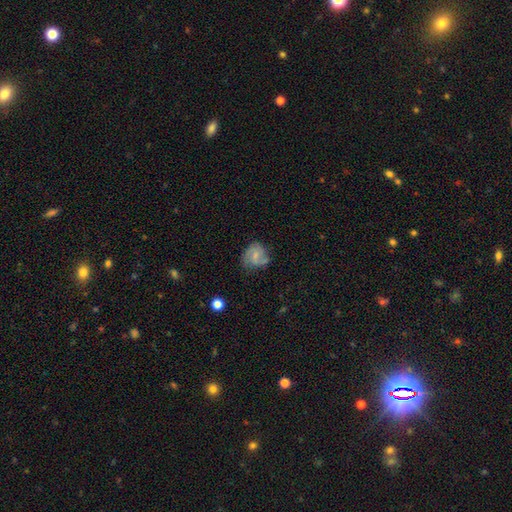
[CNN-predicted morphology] The model was most divided on "bar": no: 54%, weak: 39%, strong: 7%. More confident: edge-on disk — no (98%); spiral arms — yes (85%); bulge size — small (60%); merging — none (57%); smooth or featured — featured or disk (56%).